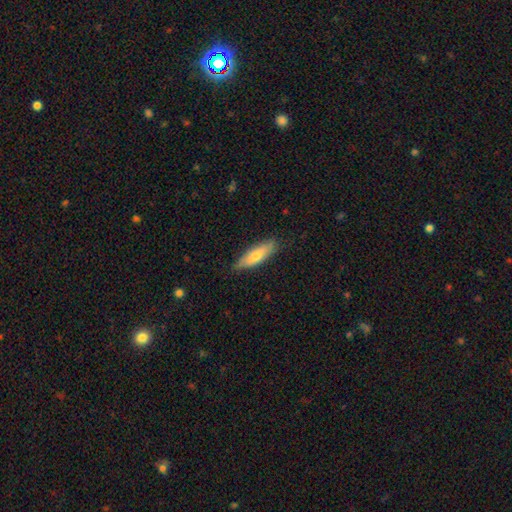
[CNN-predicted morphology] type=smooth (66%); roundness=cigar-shaped (59%); merging=none (81%).